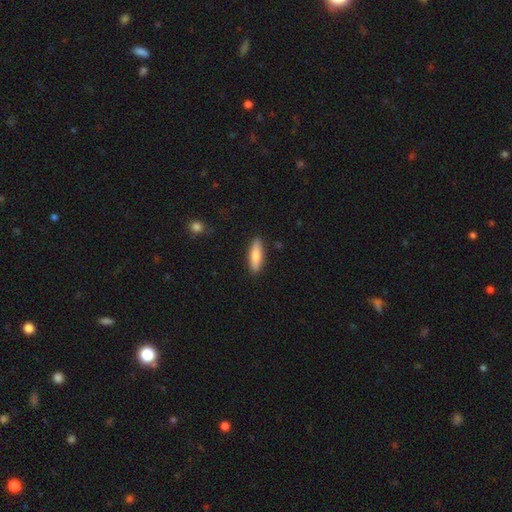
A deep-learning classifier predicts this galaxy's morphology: smooth 77%, featured or disk 18%, star or artifact 5%. Down the decision tree: how rounded — cigar-shaped (58%); merging — none (88%).